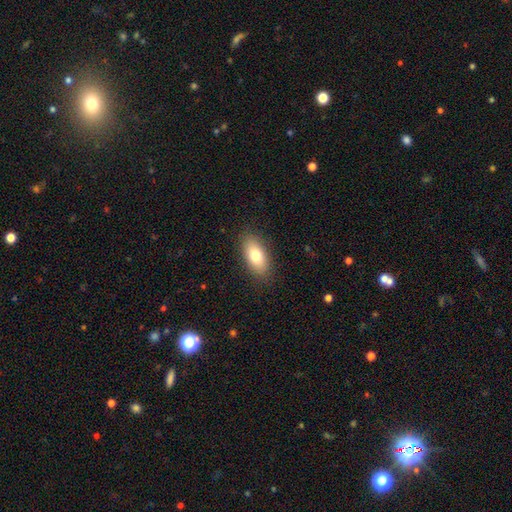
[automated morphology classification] Smooth or featured: smooth — 79% (featured or disk — 14%)
How rounded: in between — 88% (cigar-shaped — 9%)
Merging: none — 87% (minor disturbance — 10%)